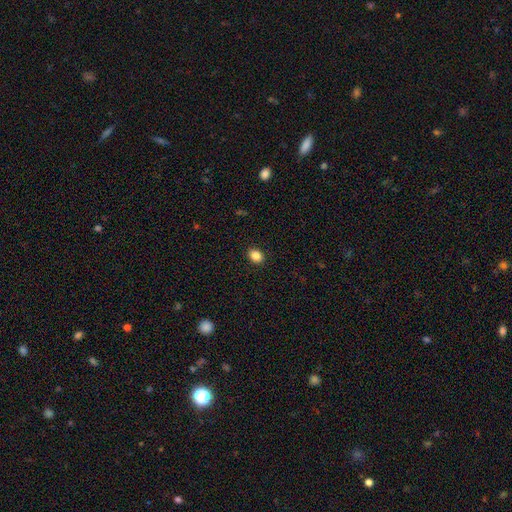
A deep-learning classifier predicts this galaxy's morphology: type=smooth (87%); roundness=in between (61%); merging=none (91%).